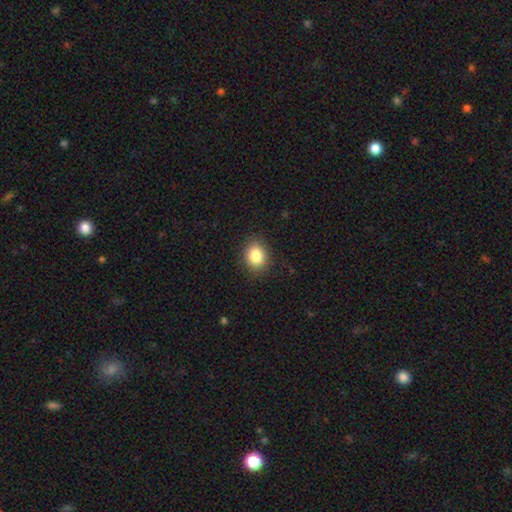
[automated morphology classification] The model was most divided on "how rounded": round: 52%, in between: 47%, cigar-shaped: 1%. More confident: merging — none (88%); smooth or featured — smooth (85%).